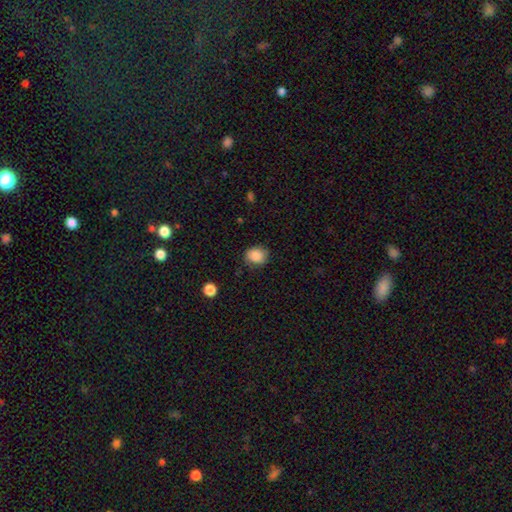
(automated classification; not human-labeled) A smooth galaxy with no disk features (86%) that is round (67%). Merging: none (76%).